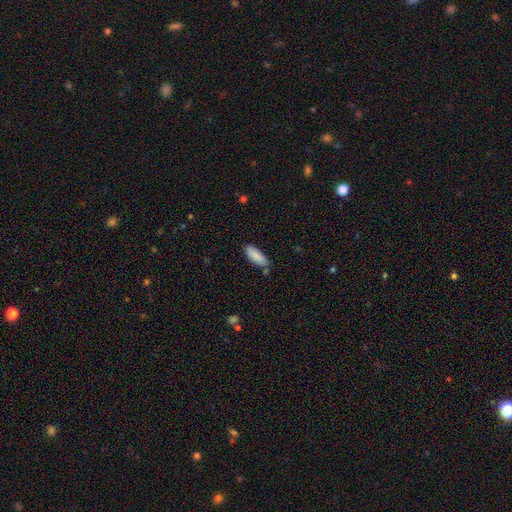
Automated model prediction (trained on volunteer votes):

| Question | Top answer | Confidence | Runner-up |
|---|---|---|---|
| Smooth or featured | smooth | 87% | star or artifact (6%) |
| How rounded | in between | 73% | cigar-shaped (26%) |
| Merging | none | 76% | minor disturbance (16%) |